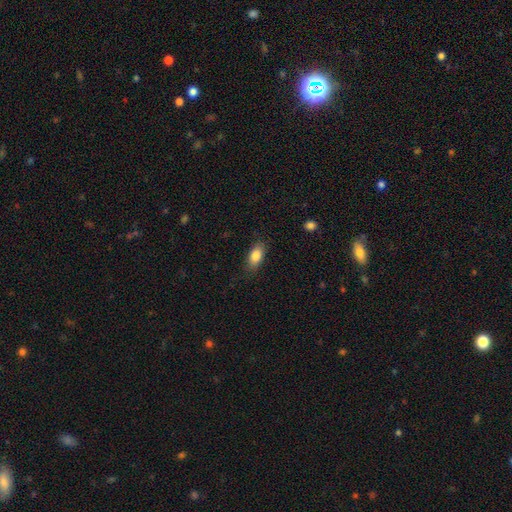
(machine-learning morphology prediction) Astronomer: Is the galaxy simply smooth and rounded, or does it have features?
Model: smooth — 83%.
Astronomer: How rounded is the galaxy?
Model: in between — 87%.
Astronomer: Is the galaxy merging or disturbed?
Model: none — 83%.